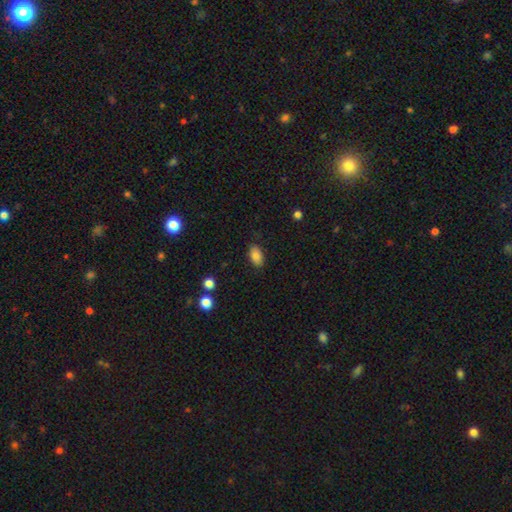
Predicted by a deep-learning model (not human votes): A smooth galaxy with no disk features (85%) that is in between round and cigar-shaped (91%).

Vote fractions:
- Smooth or featured? smooth: 85% / star or artifact: 9% / featured or disk: 7%
- How rounded? in between: 91% / round: 7% / cigar-shaped: 2%
- Merging? none: 85% / minor disturbance: 11% / major disturbance: 3% / merger: 1%